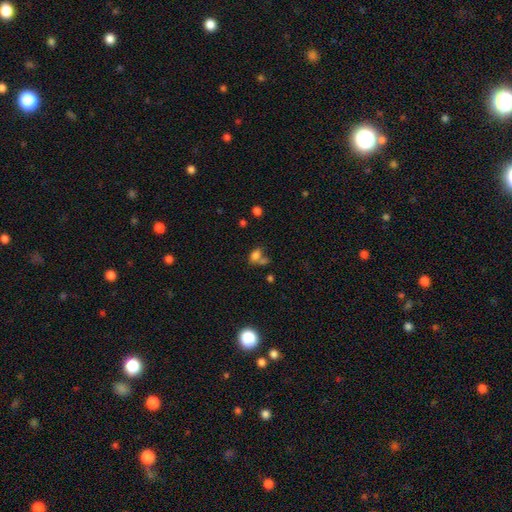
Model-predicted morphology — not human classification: A smooth galaxy with no disk features (74%) that is in between round and cigar-shaped (79%). Merging: merger (39%).